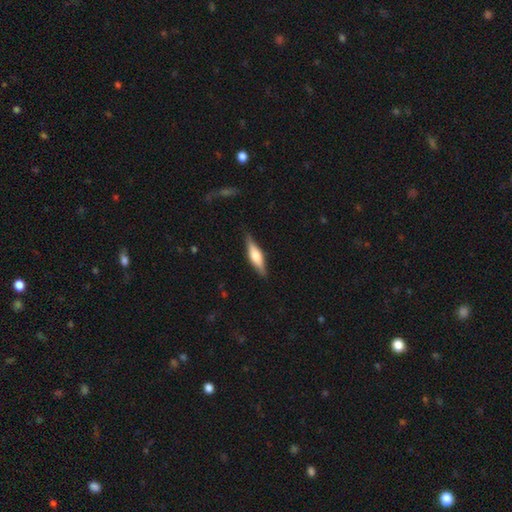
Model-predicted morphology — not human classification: The model was most divided on "smooth or featured": featured or disk: 56%, smooth: 39%, star or artifact: 6%. More confident: edge-on disk — yes (95%); merging — none (87%); edge-on bulge — rounded (85%).